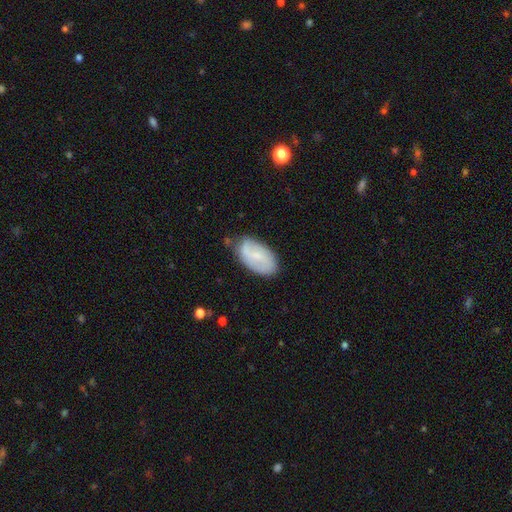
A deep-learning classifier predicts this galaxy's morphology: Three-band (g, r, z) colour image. It shows a featured or disk galaxy (47%). Merging: none (71%).